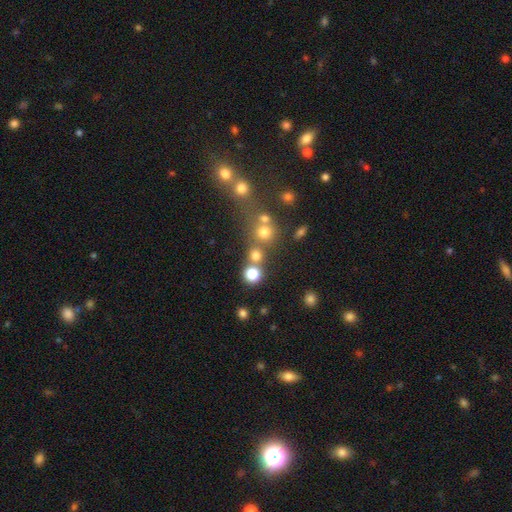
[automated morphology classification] Smooth or featured?
  - smooth: 74% *
  - star or artifact: 18%
  - featured or disk: 9%
How rounded?
  - round: 91% *
  - in between: 8%
  - cigar-shaped: 1%
Merging?
  - none: 63% *
  - merger: 26%
  - minor disturbance: 7%
  - major disturbance: 4%